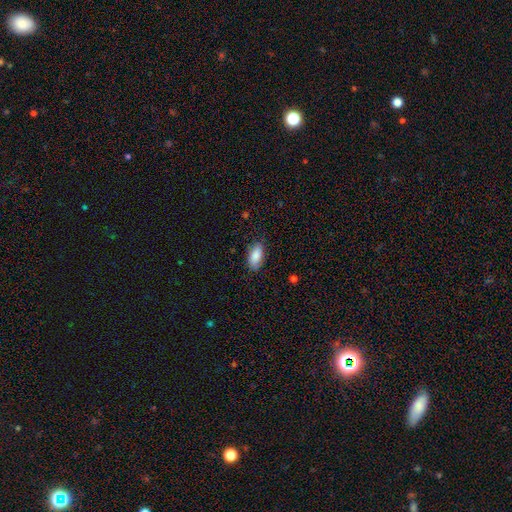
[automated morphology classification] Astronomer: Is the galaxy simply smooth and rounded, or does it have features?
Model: smooth — 86%.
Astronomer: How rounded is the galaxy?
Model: in between — 91%.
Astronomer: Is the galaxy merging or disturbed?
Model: none — 79%.